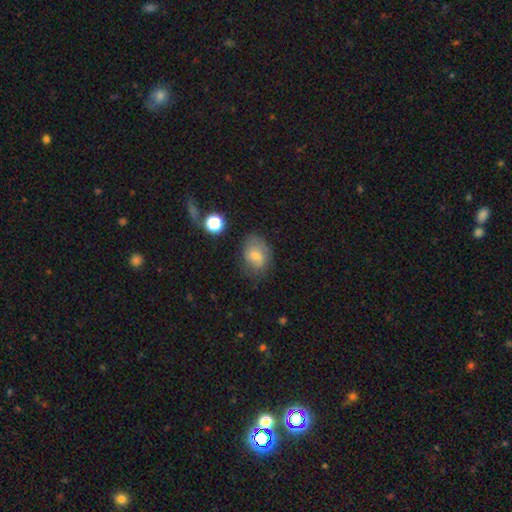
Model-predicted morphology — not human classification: Q: Smooth or featured?
A: smooth (62%); runner-up: featured or disk (27%)
Q: How rounded?
A: in between (66%); runner-up: round (33%)
Q: Merging?
A: none (63%); runner-up: minor disturbance (25%)